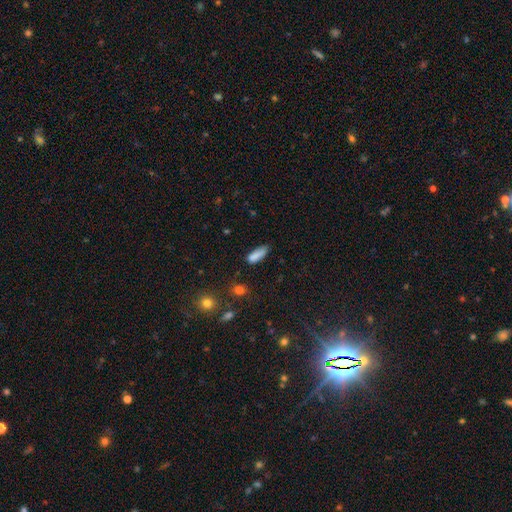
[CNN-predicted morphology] Smooth or featured?
  - smooth: 84% *
  - star or artifact: 9%
  - featured or disk: 7%
How rounded?
  - in between: 58% *
  - cigar-shaped: 40%
  - round: 2%
Merging?
  - none: 60% *
  - minor disturbance: 29%
  - major disturbance: 7%
  - merger: 4%